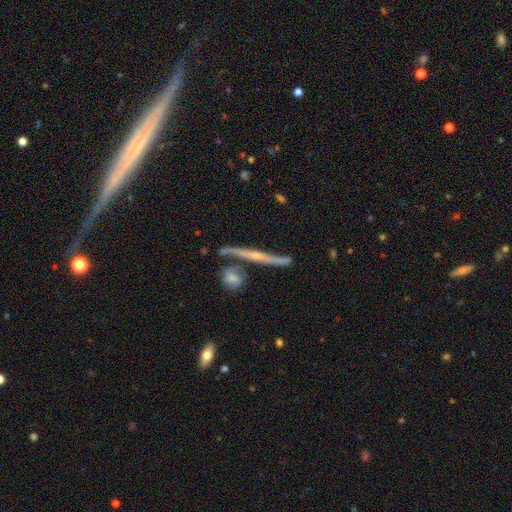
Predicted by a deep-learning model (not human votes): Morphology: type=featured or disk (76%); edge-on=yes (94%); edge-on bulge=rounded (67%); merging=none (72%).